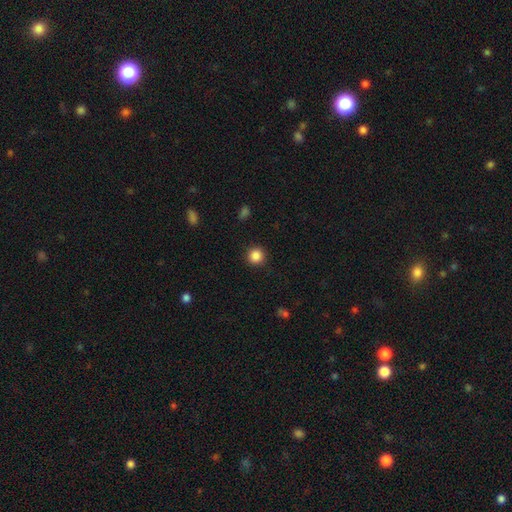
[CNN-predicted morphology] Q: Smooth or featured?
A: smooth (86%); runner-up: star or artifact (10%)
Q: How rounded?
A: round (95%); runner-up: in between (4%)
Q: Merging?
A: none (91%); runner-up: minor disturbance (6%)